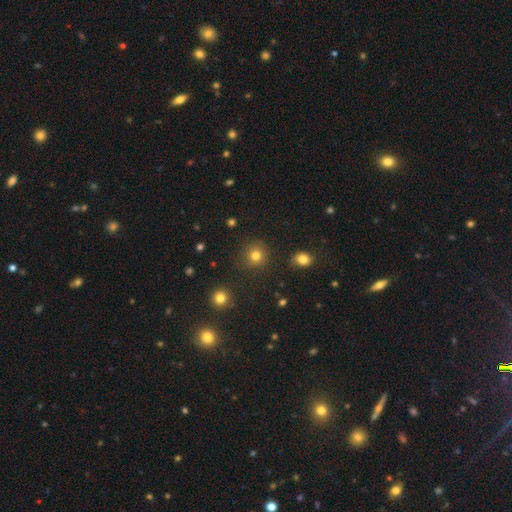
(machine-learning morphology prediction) Smooth or featured? Predicted: smooth (p=0.80). How rounded? Predicted: round (p=0.92). Merging? Predicted: none (p=0.88).